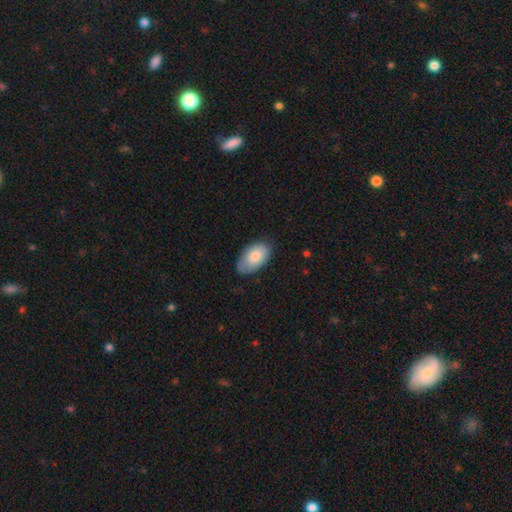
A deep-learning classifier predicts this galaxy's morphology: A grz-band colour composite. It shows a smooth galaxy with no disk features (81%) that is in between round and cigar-shaped (95%). Merging: none (74%).